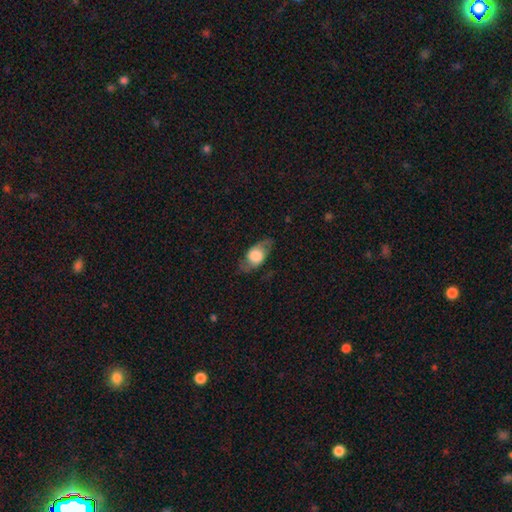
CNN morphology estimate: Overall: smooth (51%; featured or disk 42%). How rounded: in between (79%). Merging: none (74%).